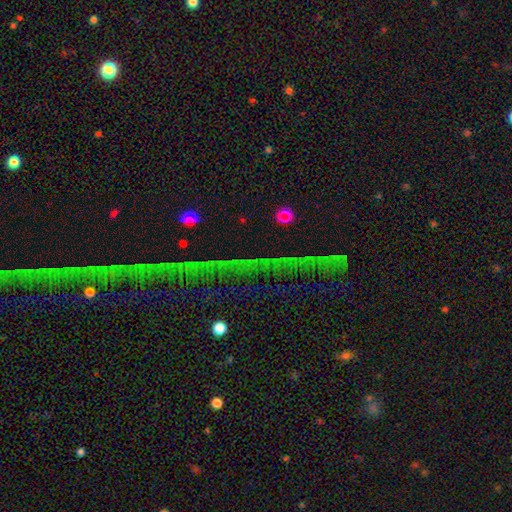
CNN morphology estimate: star or artifact 61%, smooth 27%, featured or disk 13%.